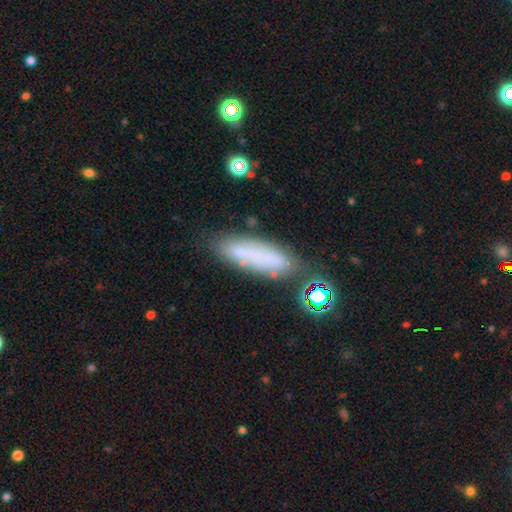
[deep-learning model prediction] Smooth or featured?
  - smooth: 60% *
  - featured or disk: 27%
  - star or artifact: 14%
How rounded?
  - cigar-shaped: 62% *
  - in between: 35%
  - round: 3%
Merging?
  - none: 68% *
  - minor disturbance: 19%
  - major disturbance: 7%
  - merger: 6%